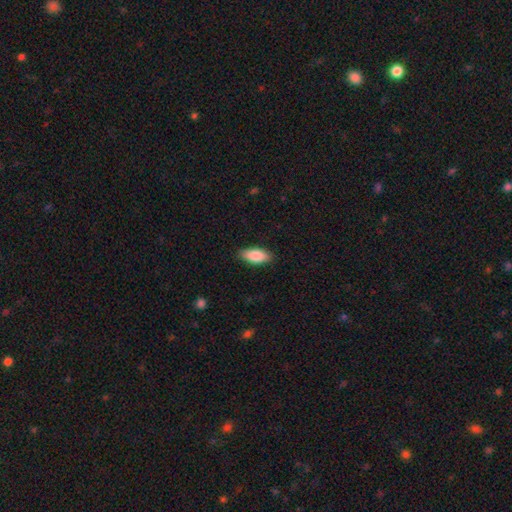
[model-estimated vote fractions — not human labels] Smooth or featured? smooth (86%)
How rounded? in between (86%)
Merging? none (87%)